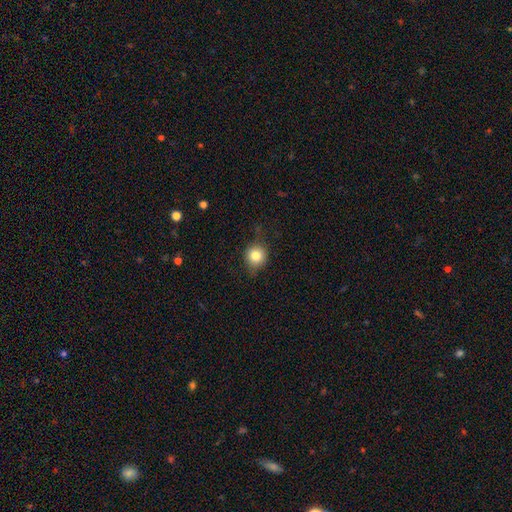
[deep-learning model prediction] smooth_or_featured: smooth (p=0.79) [alt: star or artifact p=0.11]
how_rounded: round (p=0.86) [alt: in between p=0.13]
merging: none (p=0.75) [alt: minor disturbance p=0.19]